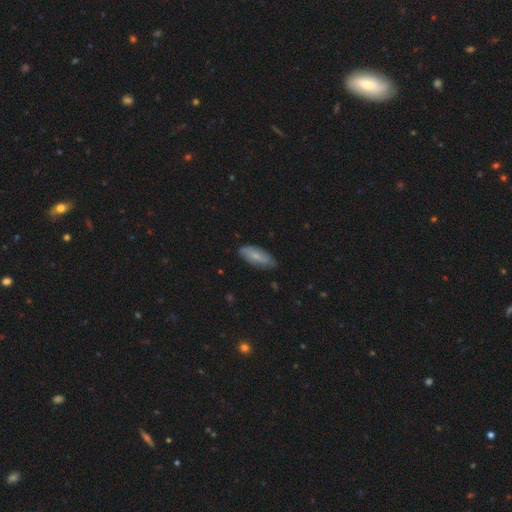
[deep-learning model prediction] Overall: smooth (59%; featured or disk 34%). How rounded: in between (78%). Merging: none (76%).